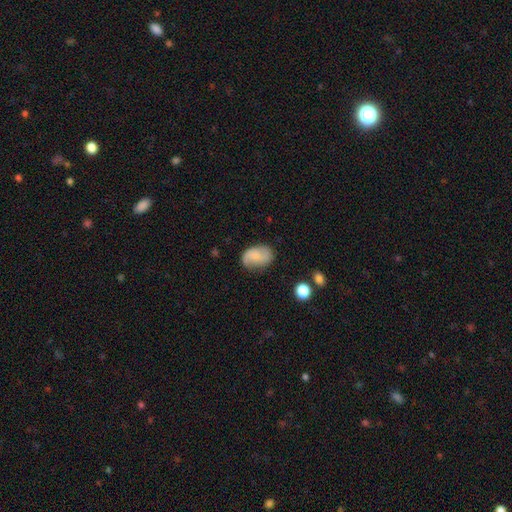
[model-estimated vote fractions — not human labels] Morphology: type=smooth (48%); merging=none (68%).